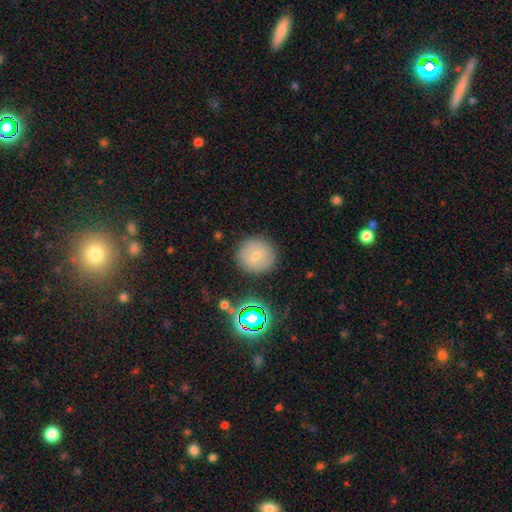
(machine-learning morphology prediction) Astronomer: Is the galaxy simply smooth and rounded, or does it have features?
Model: smooth — 65%.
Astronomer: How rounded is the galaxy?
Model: round — 93%.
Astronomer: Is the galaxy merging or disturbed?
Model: none — 86%.